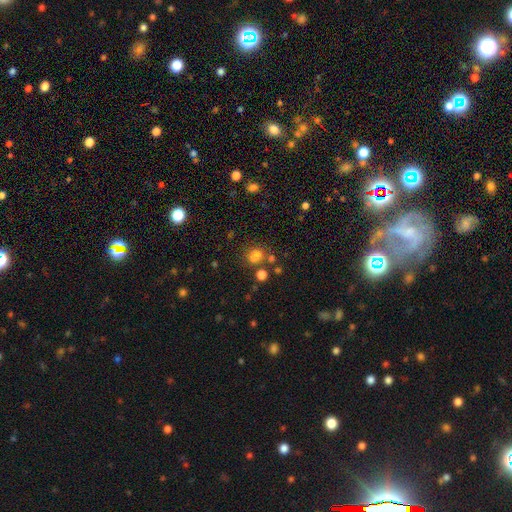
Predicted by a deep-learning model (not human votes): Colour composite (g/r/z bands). It shows a smooth galaxy with no disk features (71%) that is round (66%). Merging: none (57%).